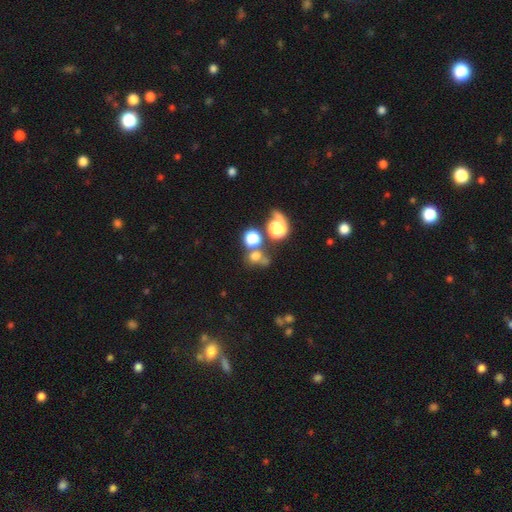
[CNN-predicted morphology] A smooth galaxy with no disk features (65%) that is round (78%). Merging: none (48%).